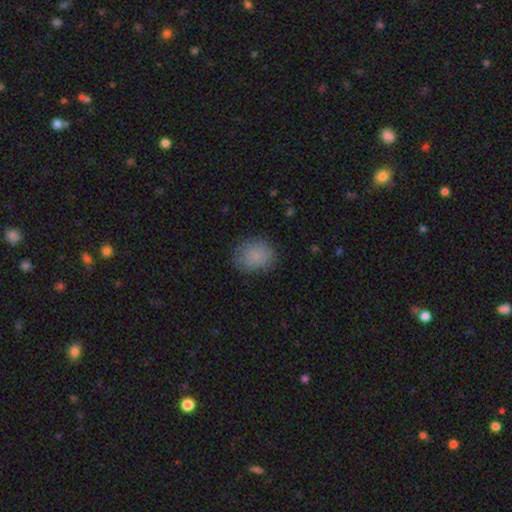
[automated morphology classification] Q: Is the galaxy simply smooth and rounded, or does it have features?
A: smooth — 85%.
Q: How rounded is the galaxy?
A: round — 66%.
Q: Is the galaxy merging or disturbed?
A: none — 80%.